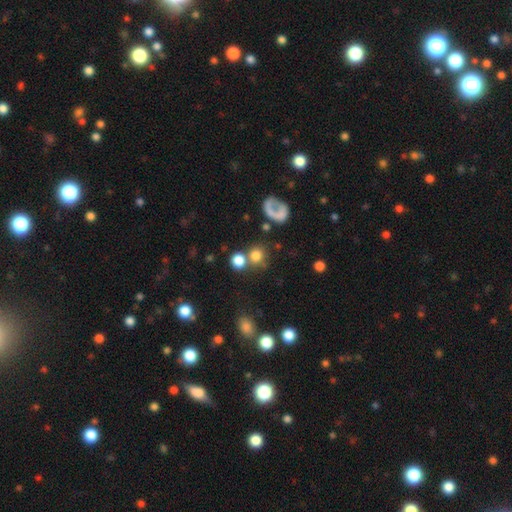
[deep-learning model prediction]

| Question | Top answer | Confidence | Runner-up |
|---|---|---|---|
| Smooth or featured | smooth | 76% | star or artifact (14%) |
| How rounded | round | 88% | in between (11%) |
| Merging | none | 63% | merger (21%) |